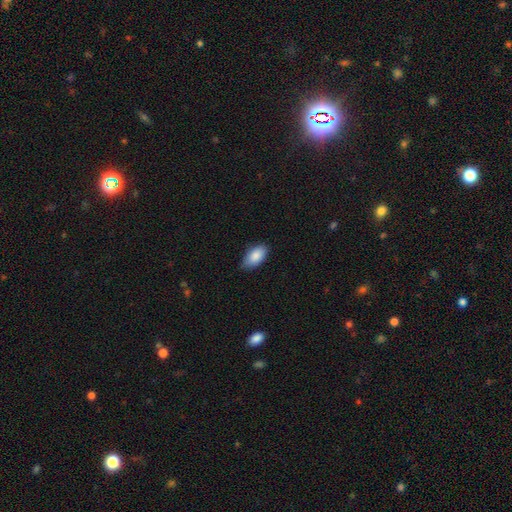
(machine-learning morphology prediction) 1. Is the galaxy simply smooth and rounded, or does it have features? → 87% smooth, 6% featured or disk, 6% star or artifact.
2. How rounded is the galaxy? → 94% in between, 3% cigar-shaped, 3% round.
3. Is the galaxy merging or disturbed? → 76% none, 20% minor disturbance, 2% major disturbance, 1% merger.